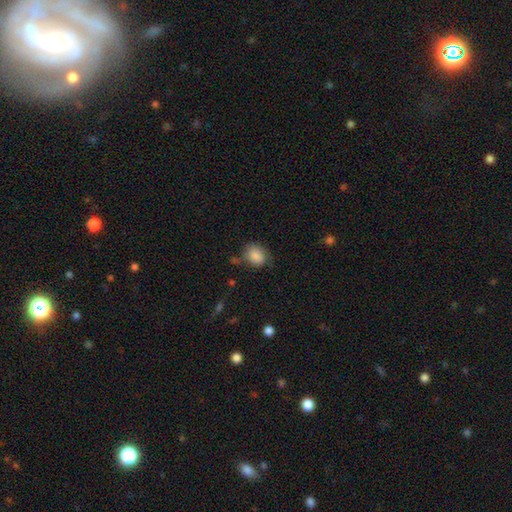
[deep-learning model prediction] This appears to be a smooth galaxy with no disk features (86%) that is in between round and cigar-shaped (50%). Merging: none (65%).